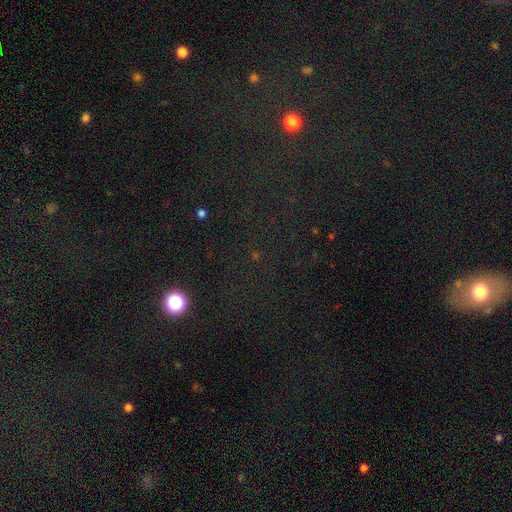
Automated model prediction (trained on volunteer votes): This appears to be a star or artifact, not a galaxy (62%).